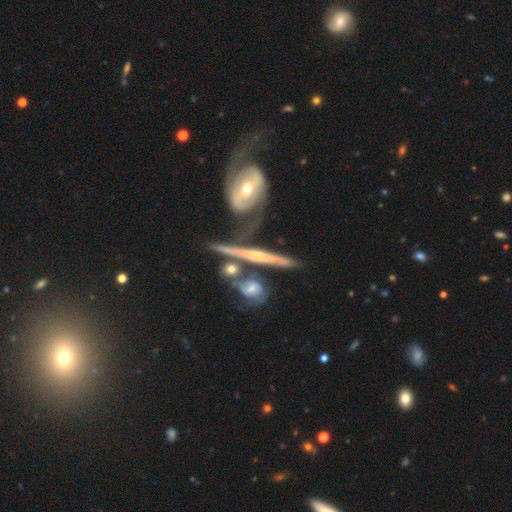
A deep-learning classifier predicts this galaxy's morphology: This appears to be a featured or disk galaxy (73%) viewed edge-on (71%) with a rounded central bulge (46%). Merging: none (53%).